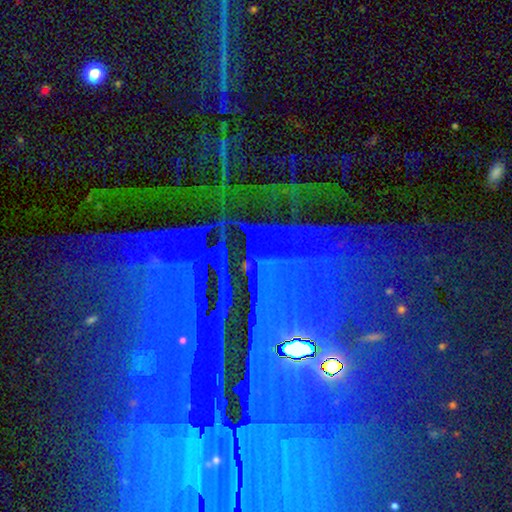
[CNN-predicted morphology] A star or artifact, not a galaxy (84%).

Vote fractions:
- Smooth or featured? star or artifact: 84% / featured or disk: 9% / smooth: 7%